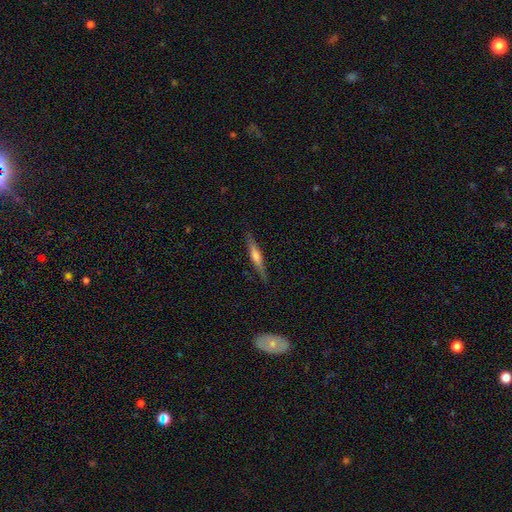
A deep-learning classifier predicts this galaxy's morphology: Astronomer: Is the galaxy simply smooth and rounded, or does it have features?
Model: featured or disk — 51% (runner-up: smooth, 43%).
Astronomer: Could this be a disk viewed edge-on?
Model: yes — 95%.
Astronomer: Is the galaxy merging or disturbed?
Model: none — 87%.